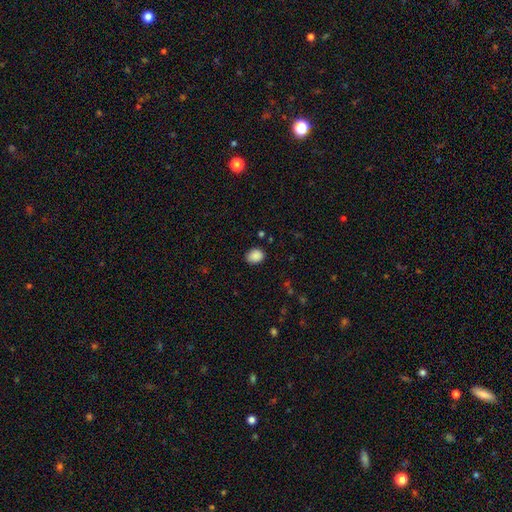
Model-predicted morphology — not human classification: type=smooth (88%); roundness=in between (52%); merging=none (84%).